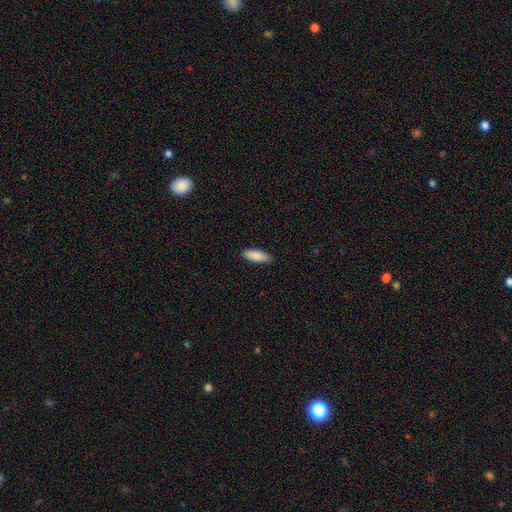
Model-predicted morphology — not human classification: A smooth galaxy with no disk features (89%) that is in between round and cigar-shaped (63%). Merging: none (89%).